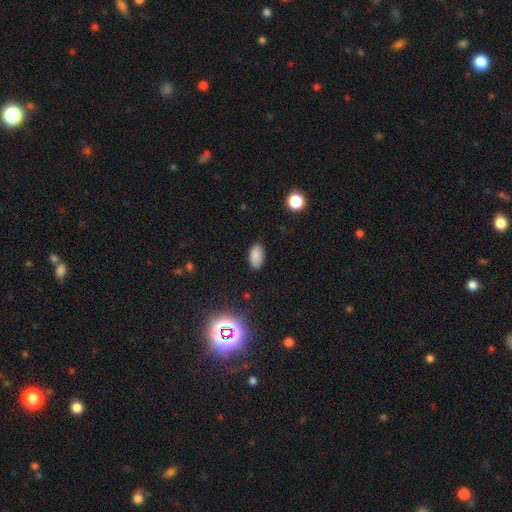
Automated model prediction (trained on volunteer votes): This appears to be a smooth galaxy with no disk features (85%) that is in between round and cigar-shaped (94%). Merging: none (86%).